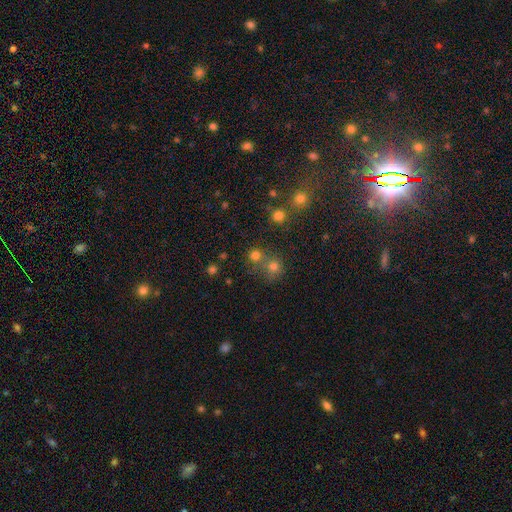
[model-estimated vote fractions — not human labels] This appears to be a smooth galaxy with no disk features (74%) that is round (89%). Merging: none (60%).